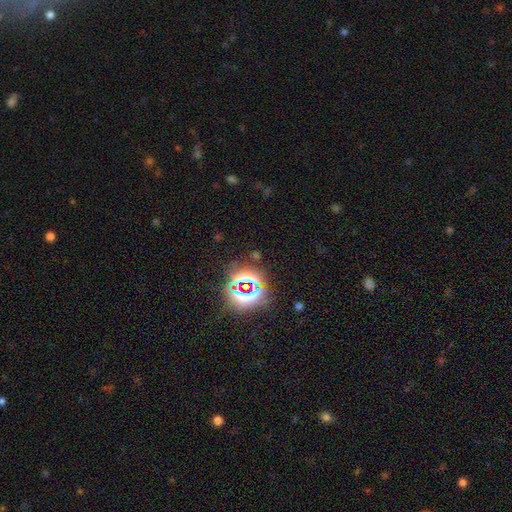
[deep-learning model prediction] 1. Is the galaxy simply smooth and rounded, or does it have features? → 82% star or artifact, 11% smooth, 7% featured or disk.